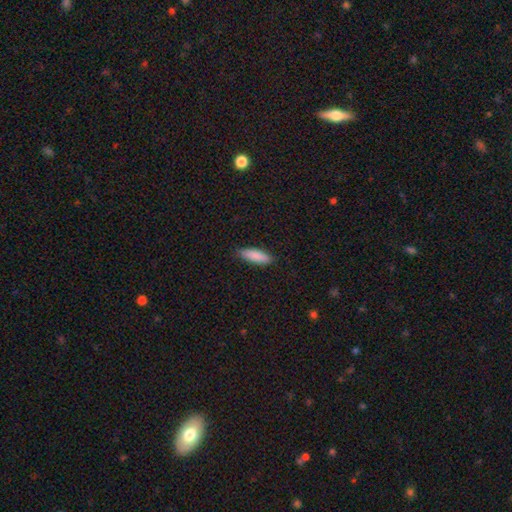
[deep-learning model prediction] A smooth galaxy with no disk features (88%) that is cigar-shaped (51%).

Vote fractions:
- Smooth or featured? smooth: 88% / star or artifact: 6% / featured or disk: 6%
- How rounded? cigar-shaped: 51% / in between: 47% / round: 2%
- Merging? none: 87% / minor disturbance: 10% / major disturbance: 2% / merger: 1%